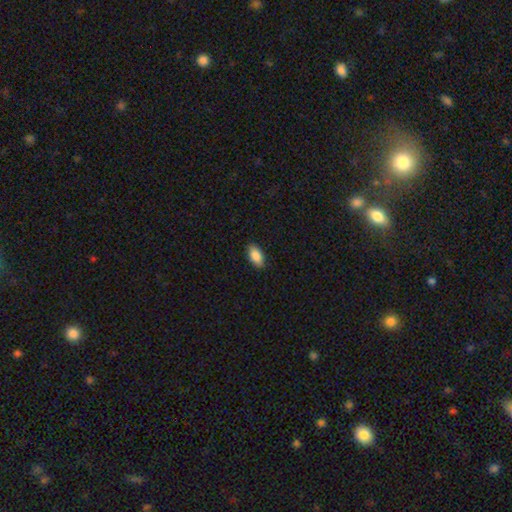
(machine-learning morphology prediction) This is clearly a smooth galaxy (88%). How rounded: clearly in between (93%). Merging: clearly none (88%).